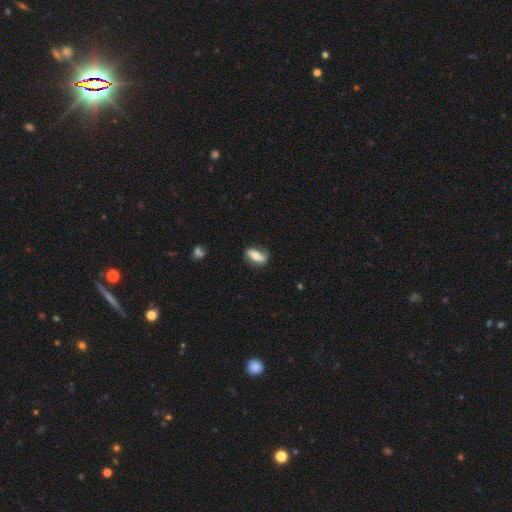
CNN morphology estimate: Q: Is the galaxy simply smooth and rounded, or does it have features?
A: featured or disk — 51%.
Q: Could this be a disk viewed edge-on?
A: no — 76%.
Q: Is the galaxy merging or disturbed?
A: none — 71%.